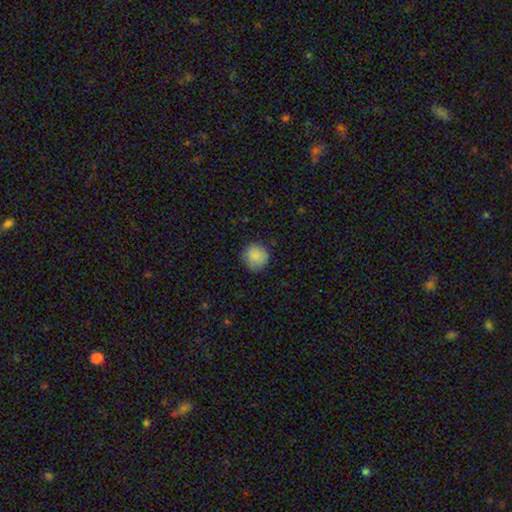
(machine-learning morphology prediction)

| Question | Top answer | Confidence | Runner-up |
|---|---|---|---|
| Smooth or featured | smooth | 87% | star or artifact (8%) |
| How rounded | round | 93% | in between (7%) |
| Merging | none | 83% | minor disturbance (13%) |